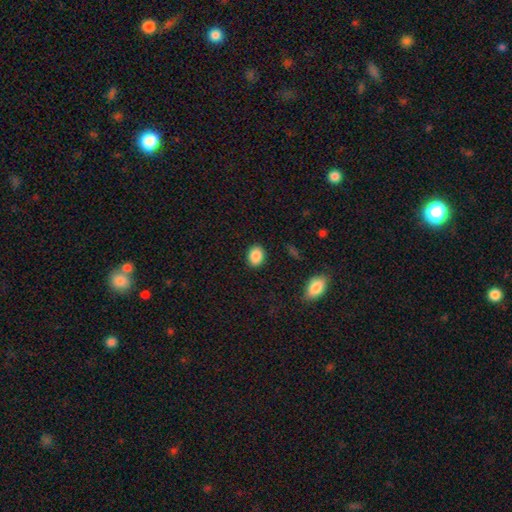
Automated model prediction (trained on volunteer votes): Q: Smooth or featured?
A: smooth (88%); runner-up: star or artifact (8%)
Q: How rounded?
A: in between (61%); runner-up: round (38%)
Q: Merging?
A: none (89%); runner-up: minor disturbance (7%)